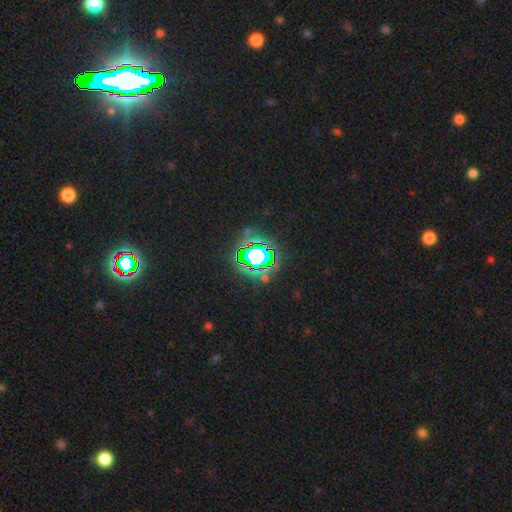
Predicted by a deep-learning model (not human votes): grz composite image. It shows a star or artifact, not a galaxy (69%).